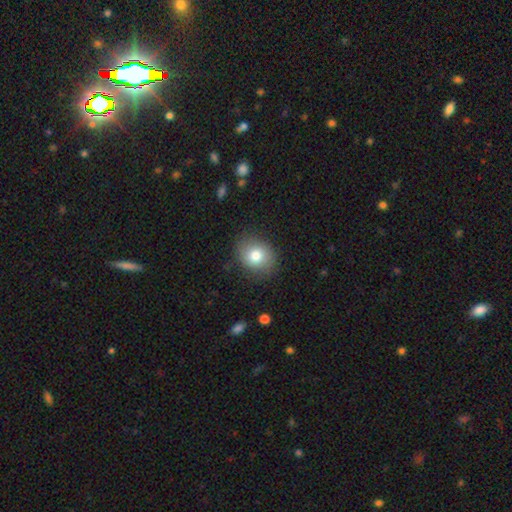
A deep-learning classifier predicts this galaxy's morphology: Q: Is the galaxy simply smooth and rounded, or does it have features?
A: smooth — 79%.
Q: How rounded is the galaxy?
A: round — 62%.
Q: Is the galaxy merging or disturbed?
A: none — 83%.